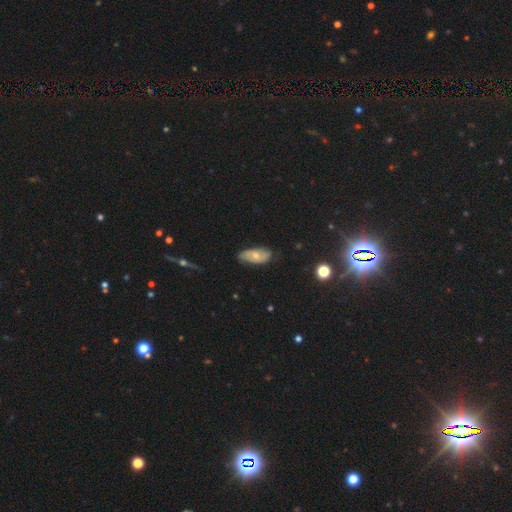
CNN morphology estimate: This is possibly a featured or disk galaxy (47%). Merging: likely none (69%).